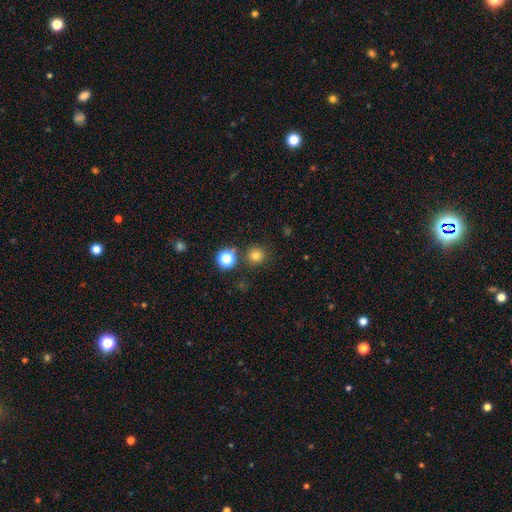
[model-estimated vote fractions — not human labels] Morphology: type=smooth (78%); roundness=round (95%); merging=none (86%).